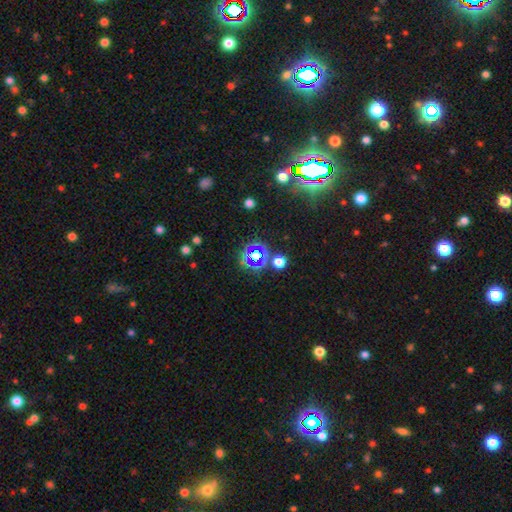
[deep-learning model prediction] Morphology: type=star or artifact (62%).